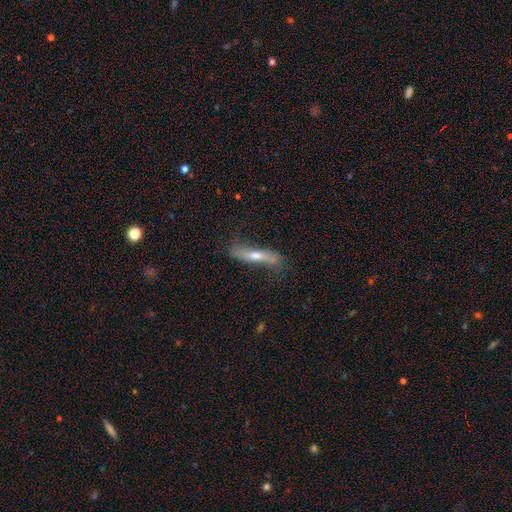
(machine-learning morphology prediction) type=featured or disk (55%); edge-on=yes (74%); merging=none (72%).